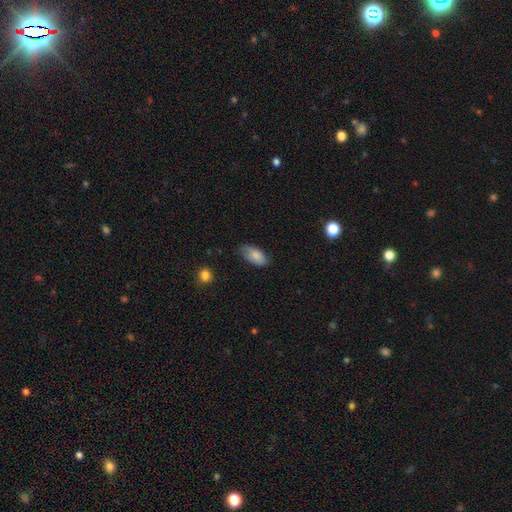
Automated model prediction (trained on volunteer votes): A smooth galaxy with no disk features (83%) that is in between round and cigar-shaped (93%).

Vote fractions:
- Smooth or featured? smooth: 83% / featured or disk: 10% / star or artifact: 7%
- How rounded? in between: 93% / cigar-shaped: 4% / round: 3%
- Merging? none: 64% / minor disturbance: 29% / major disturbance: 5% / merger: 1%